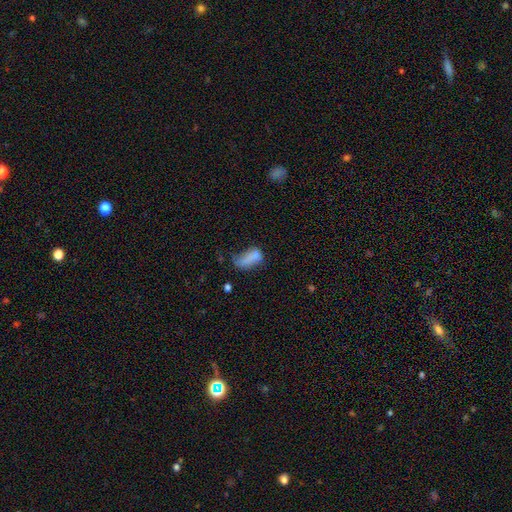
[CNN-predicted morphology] This is likely a smooth galaxy (71%). How rounded: clearly in between (83%). Merging: marginally major disturbance (36%).